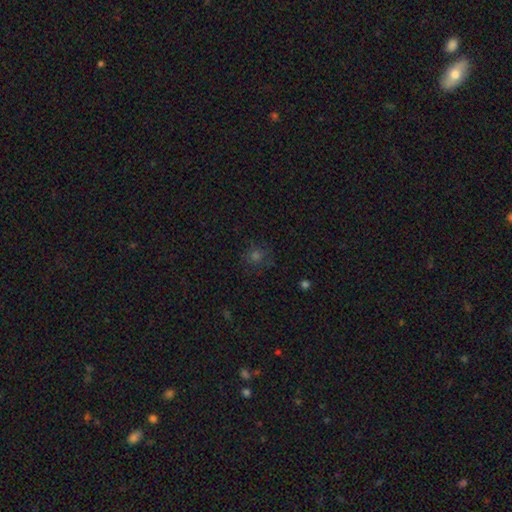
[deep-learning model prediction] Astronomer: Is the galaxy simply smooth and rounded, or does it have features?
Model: smooth — 54% (runner-up: star or artifact, 34%).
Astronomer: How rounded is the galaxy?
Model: round — 87%.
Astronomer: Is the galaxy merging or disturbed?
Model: none — 80%.